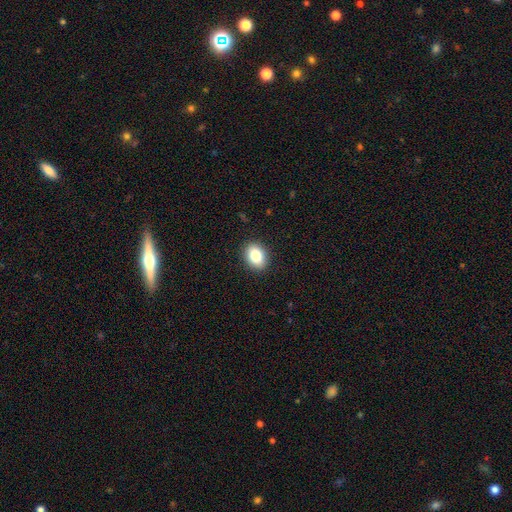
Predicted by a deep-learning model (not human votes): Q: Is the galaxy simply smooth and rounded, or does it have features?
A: smooth — 84%.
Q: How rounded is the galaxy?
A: in between — 69%.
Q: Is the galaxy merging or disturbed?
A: none — 90%.